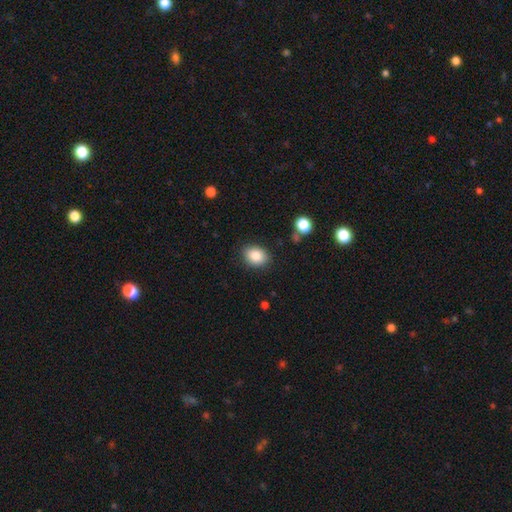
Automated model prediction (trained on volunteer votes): The model was most divided on "how rounded": in between: 61%, round: 38%, cigar-shaped: 1%. More confident: merging — none (86%); smooth or featured — smooth (85%).